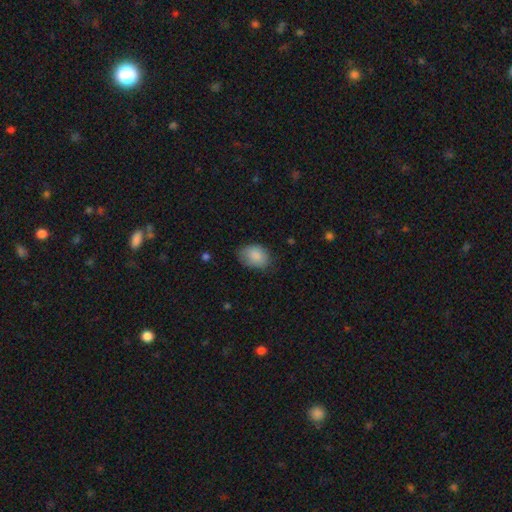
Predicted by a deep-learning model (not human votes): Smooth or featured?
  - smooth: 87% *
  - star or artifact: 7%
  - featured or disk: 6%
How rounded?
  - in between: 77% *
  - round: 22%
  - cigar-shaped: 1%
Merging?
  - none: 68% *
  - minor disturbance: 25%
  - major disturbance: 5%
  - merger: 1%